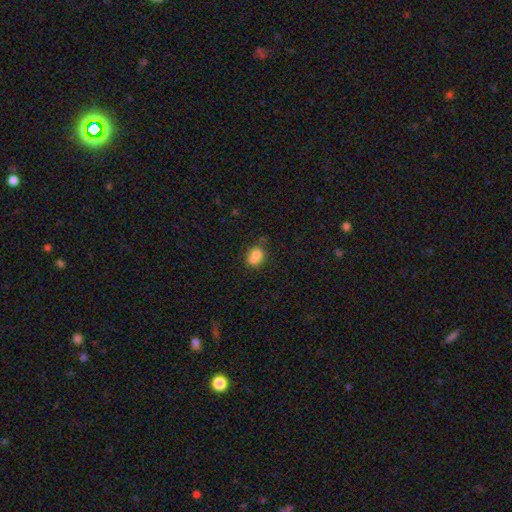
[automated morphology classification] The model was most divided on "merging" (2-way tie): none: 40%, merger: 40%, minor disturbance: 15%, major disturbance: 6%. More confident: smooth or featured — smooth (74%); how rounded — round (56%).